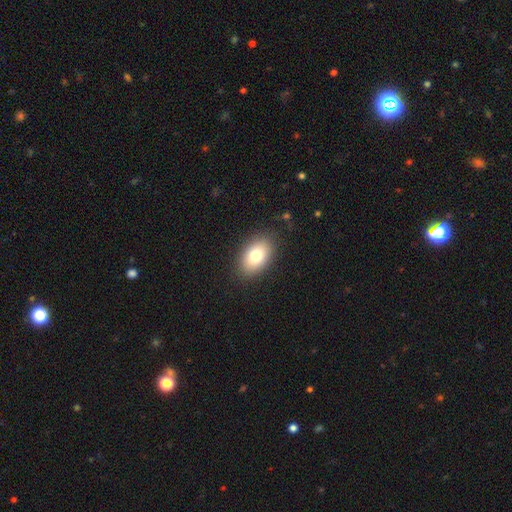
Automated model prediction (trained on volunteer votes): A smooth galaxy with no disk features (77%) that is in between round and cigar-shaped (87%).

Vote fractions:
- Smooth or featured? smooth: 77% / featured or disk: 14% / star or artifact: 9%
- How rounded? in between: 87% / round: 12% / cigar-shaped: 1%
- Merging? none: 87% / minor disturbance: 9% / major disturbance: 3% / merger: 1%